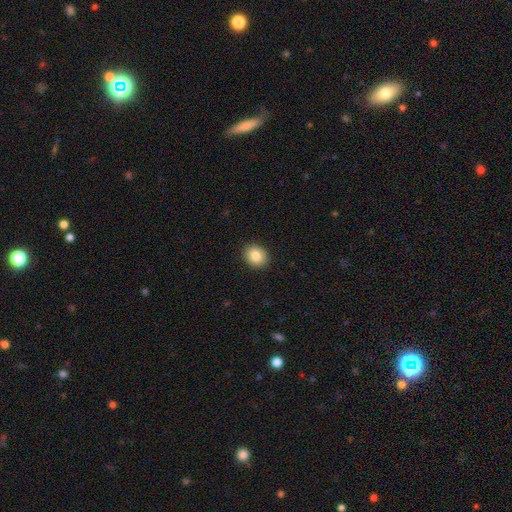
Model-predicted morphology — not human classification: The model was most divided on "how rounded": round: 58%, in between: 41%, cigar-shaped: 1%. More confident: merging — none (92%); smooth or featured — smooth (85%).